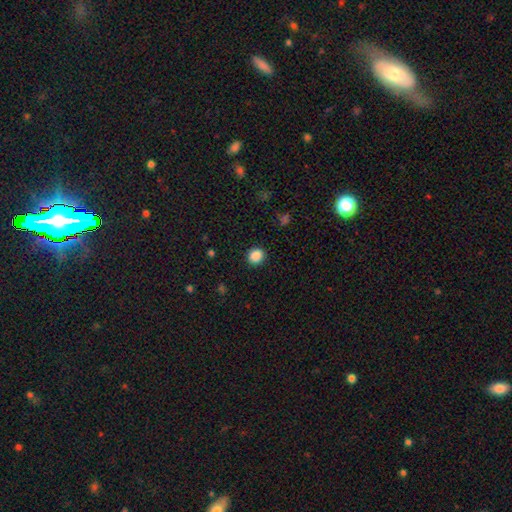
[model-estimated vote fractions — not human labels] Smooth or featured: smooth — 87% (star or artifact — 10%)
How rounded: round — 81% (in between — 18%)
Merging: none — 91% (minor disturbance — 6%)